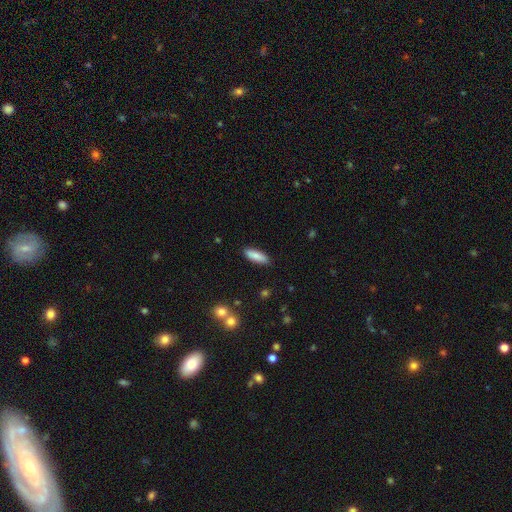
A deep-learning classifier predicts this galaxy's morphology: smooth 84%, featured or disk 9%, star or artifact 6%. Down the decision tree: how rounded — in between (54%); merging — none (88%).